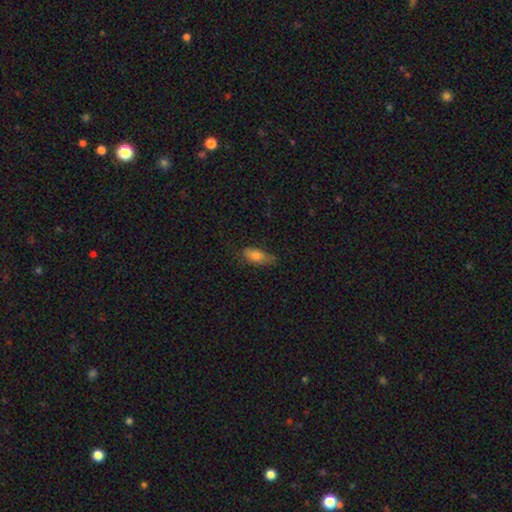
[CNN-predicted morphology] Q: Smooth or featured?
A: smooth (75%); runner-up: featured or disk (16%)
Q: How rounded?
A: in between (81%); runner-up: cigar-shaped (16%)
Q: Merging?
A: none (65%); runner-up: minor disturbance (27%)